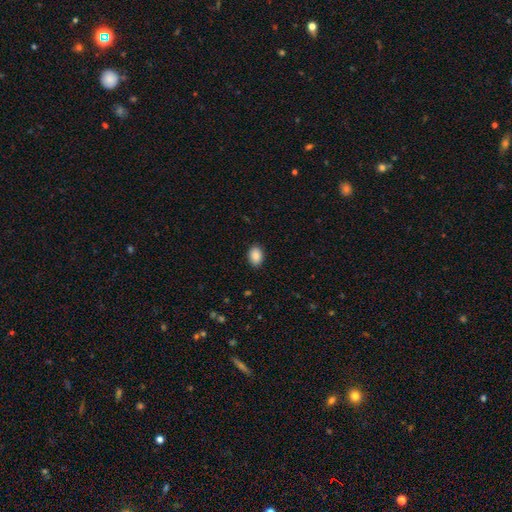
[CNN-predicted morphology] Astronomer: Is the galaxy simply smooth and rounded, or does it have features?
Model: smooth — 90%.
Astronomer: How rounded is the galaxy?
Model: in between — 81%.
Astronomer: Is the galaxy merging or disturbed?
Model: none — 90%.